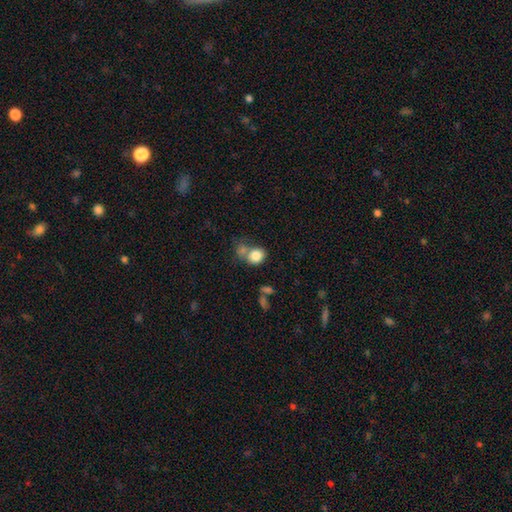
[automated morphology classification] Q: Smooth or featured?
A: smooth (82%); runner-up: star or artifact (9%)
Q: How rounded?
A: round (61%); runner-up: in between (38%)
Q: Merging?
A: none (45%); runner-up: merger (35%)